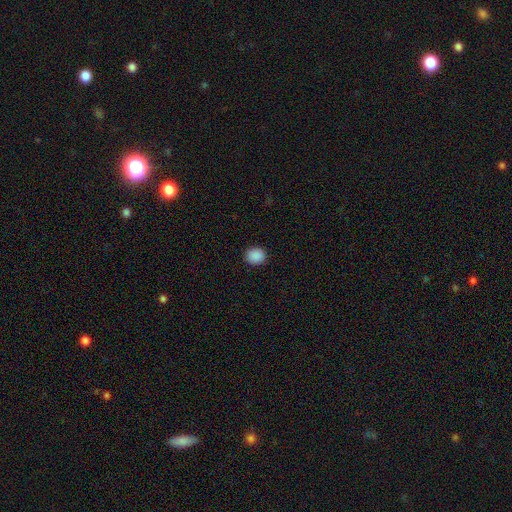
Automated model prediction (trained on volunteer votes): Smooth or featured? Predicted: smooth (p=0.89). How rounded? Predicted: round (p=0.77). Merging? Predicted: none (p=0.91).